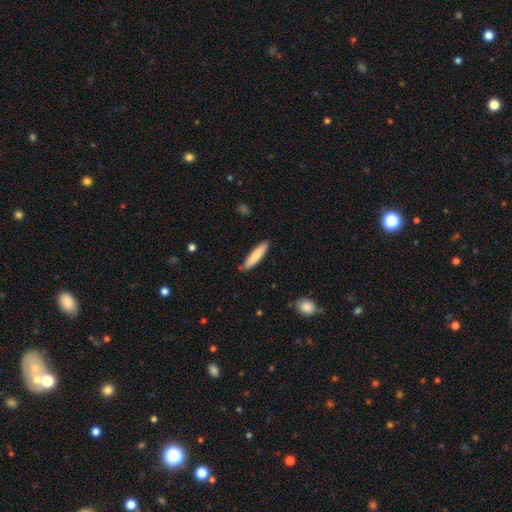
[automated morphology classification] Overall: smooth (80%). How rounded: cigar-shaped (83%). Merging: none (85%).